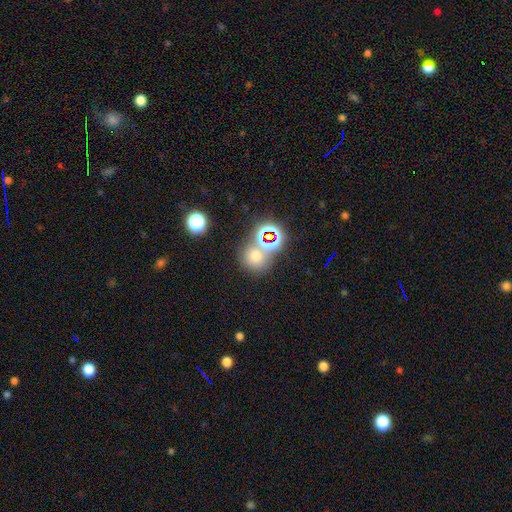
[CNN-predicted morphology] This appears to be a smooth galaxy with no disk features (59%) that is round (81%). Merging: none (60%).